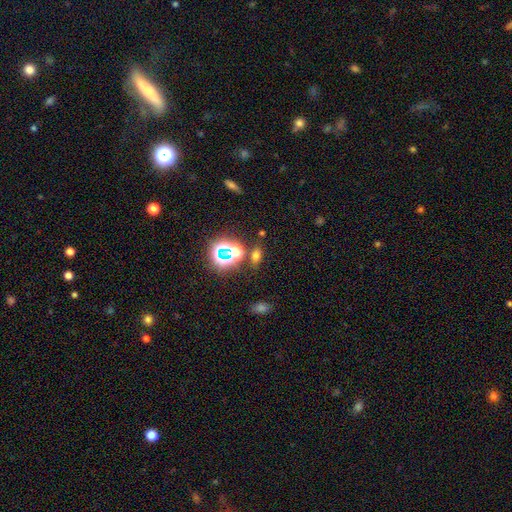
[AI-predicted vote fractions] The model was most divided on "smooth or featured": smooth: 57%, star or artifact: 33%, featured or disk: 9%. More confident: merging — none (77%); how rounded — in between (73%).